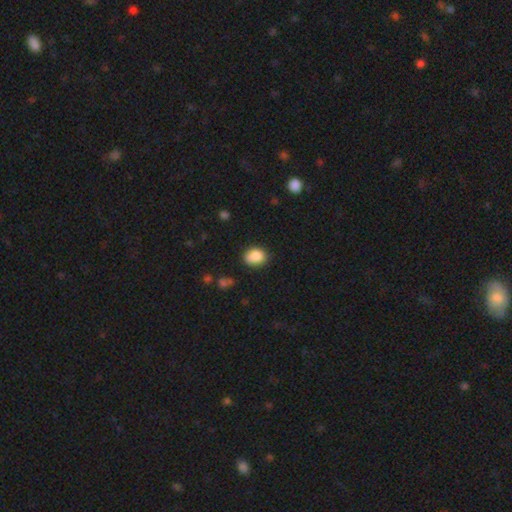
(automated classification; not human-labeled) Smooth or featured: smooth — 85% (star or artifact — 9%)
How rounded: in between — 53% (round — 46%)
Merging: none — 75% (minor disturbance — 19%)